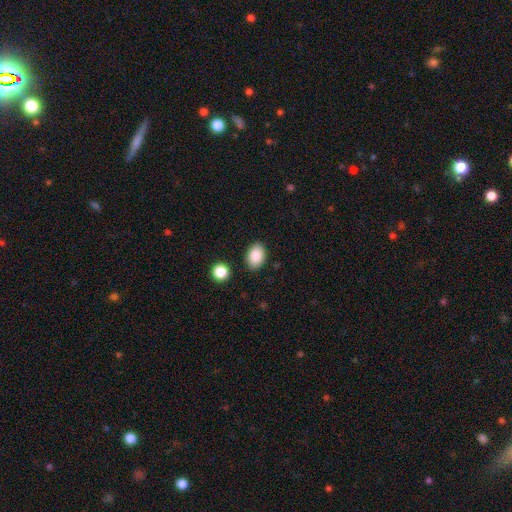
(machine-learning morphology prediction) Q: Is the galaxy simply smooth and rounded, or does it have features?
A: smooth — 88%.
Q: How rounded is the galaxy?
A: in between — 86%.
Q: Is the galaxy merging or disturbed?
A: none — 86%.